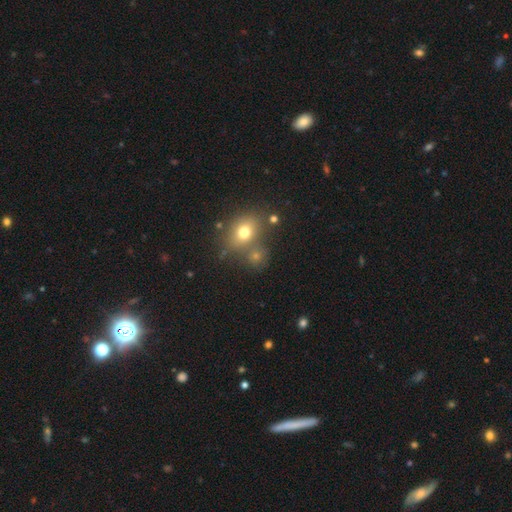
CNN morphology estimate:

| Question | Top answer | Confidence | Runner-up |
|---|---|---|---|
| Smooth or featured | smooth | 65% | star or artifact (21%) |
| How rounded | round | 58% | in between (40%) |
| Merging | none | 63% | merger (20%) |